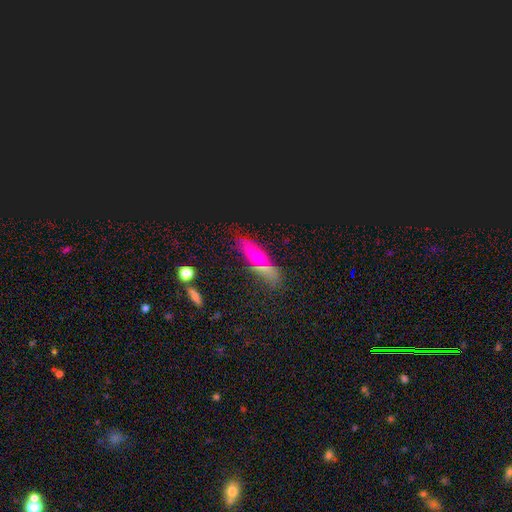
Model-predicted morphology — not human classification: Smooth or featured? Predicted: smooth (p=0.50). Merging? Predicted: none (p=0.79).